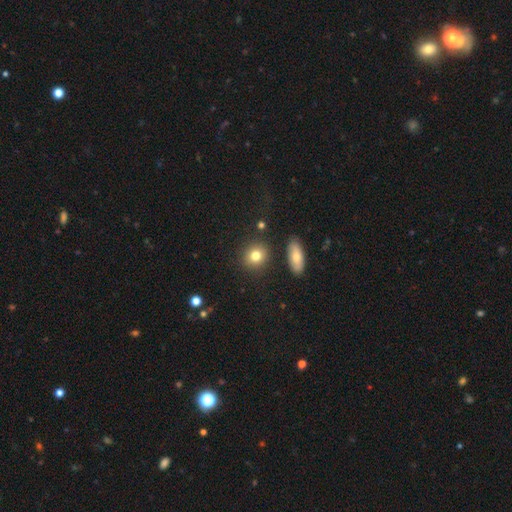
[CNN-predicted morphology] A smooth galaxy with no disk features (80%) that is round (73%).

Vote fractions:
- Smooth or featured? smooth: 80% / star or artifact: 10% / featured or disk: 10%
- How rounded? round: 73% / in between: 25% / cigar-shaped: 2%
- Merging? none: 84% / minor disturbance: 8% / merger: 4% / major disturbance: 3%